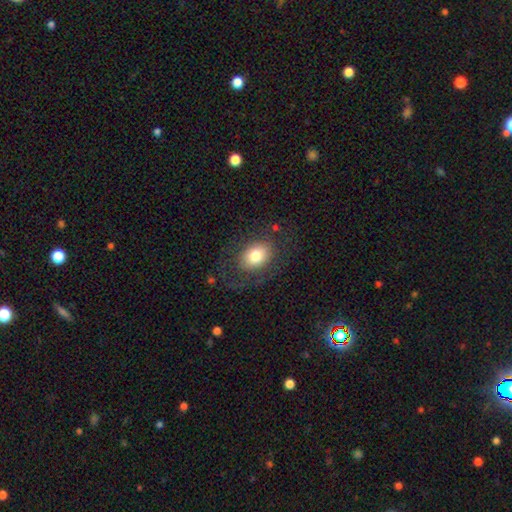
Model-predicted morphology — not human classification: Smooth or featured? Predicted: smooth (p=0.72). How rounded? Predicted: in between (p=0.69). Merging? Predicted: none (p=0.70).